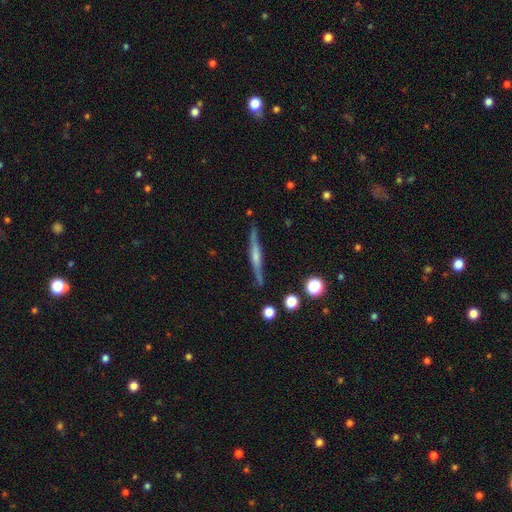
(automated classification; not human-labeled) featured or disk 69%, smooth 20%, star or artifact 11%. Down the decision tree: edge-on disk — yes (94%); edge-on bulge — rounded (77%); merging — none (84%).